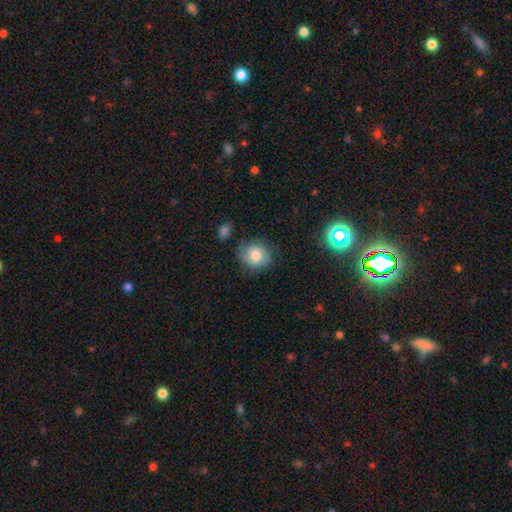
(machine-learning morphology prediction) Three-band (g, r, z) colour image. It shows a smooth galaxy with no disk features (73%) that is round (76%). Merging: none (70%).